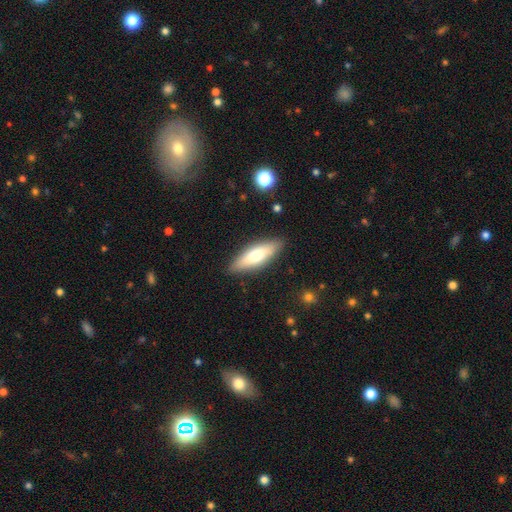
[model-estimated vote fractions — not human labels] This appears to be a smooth galaxy with no disk features (67%) that is in between round and cigar-shaped (53%). Merging: none (86%).